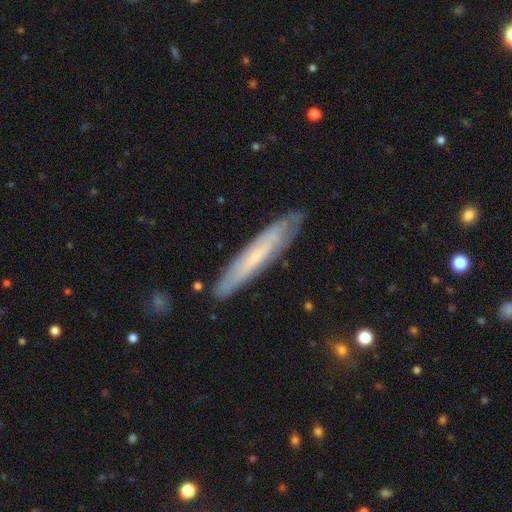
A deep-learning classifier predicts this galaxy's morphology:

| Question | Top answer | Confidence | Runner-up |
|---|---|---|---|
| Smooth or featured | featured or disk | 55% | smooth (38%) |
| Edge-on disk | yes | 67% | no (33%) |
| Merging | none | 85% | minor disturbance (12%) |